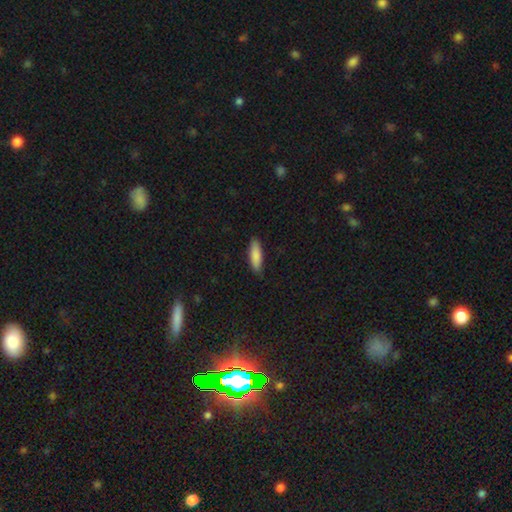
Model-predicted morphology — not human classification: Smooth or featured? Predicted: smooth (p=0.87). How rounded? Predicted: cigar-shaped (p=0.55). Merging? Predicted: none (p=0.87).